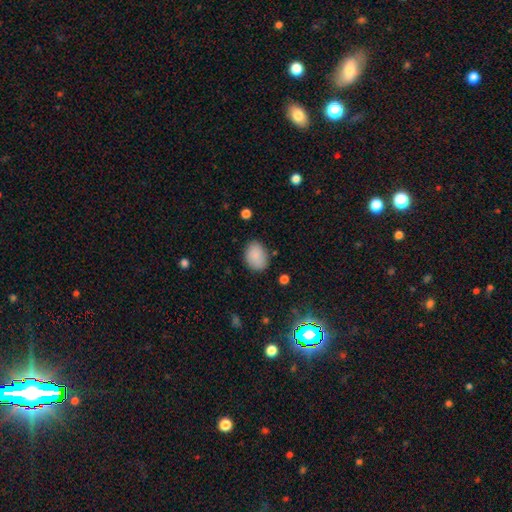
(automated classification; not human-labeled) smooth 87%, star or artifact 8%, featured or disk 6%. Down the decision tree: how rounded — in between (73%); merging — none (79%).